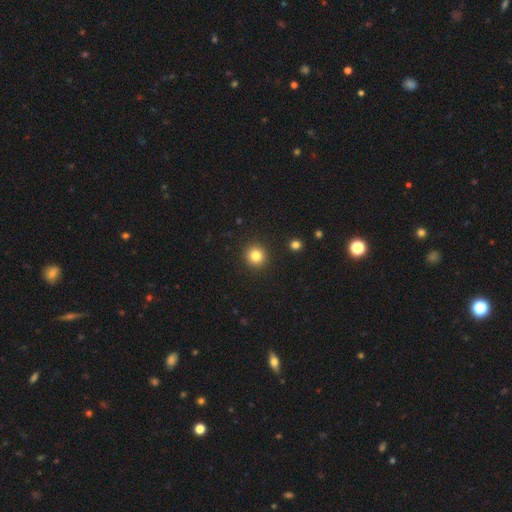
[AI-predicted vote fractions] Morphology: type=smooth (83%); roundness=round (94%); merging=none (92%).